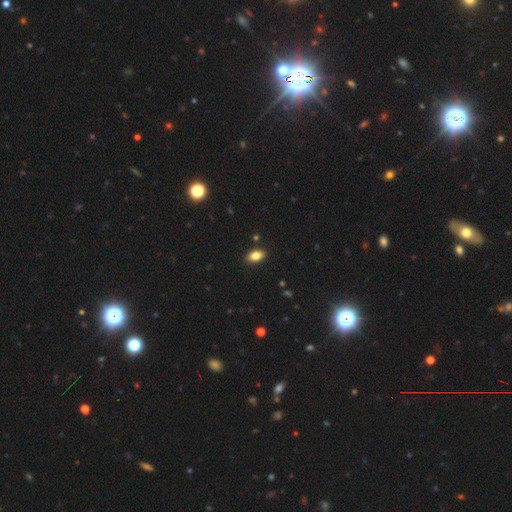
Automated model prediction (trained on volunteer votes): smooth-or-featured: smooth: 83% | star or artifact: 9% | featured or disk: 8%
  how-rounded: in between: 89% | round: 8% | cigar-shaped: 2%
  merging: none: 88% | minor disturbance: 9% | major disturbance: 2% | merger: 1%